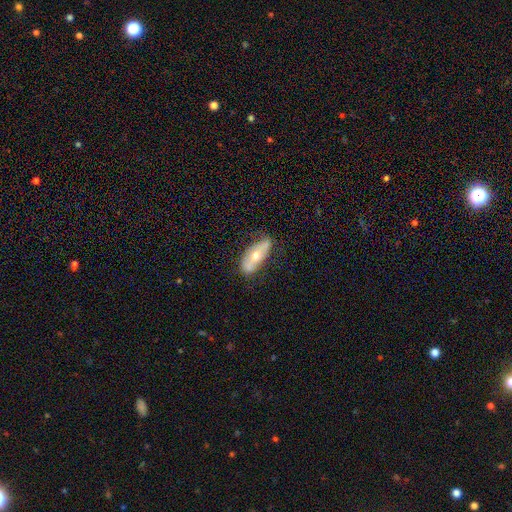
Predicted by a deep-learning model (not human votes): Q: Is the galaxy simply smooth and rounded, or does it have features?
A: featured or disk — 47%, tied with smooth.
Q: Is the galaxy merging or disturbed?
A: none — 65%.